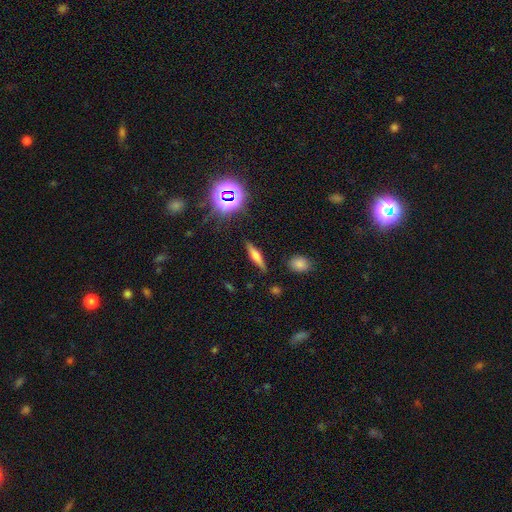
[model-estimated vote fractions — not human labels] Overall: smooth (46%; featured or disk 40%). Merging: none (86%).